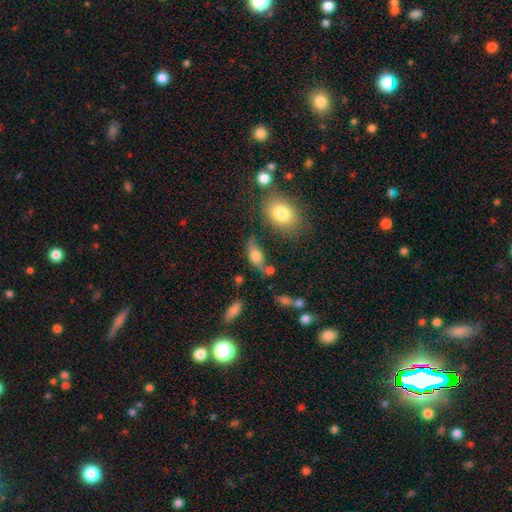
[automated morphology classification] This appears to be a smooth galaxy with no disk features (64%) that is in between round and cigar-shaped (76%). Merging: none (47%).